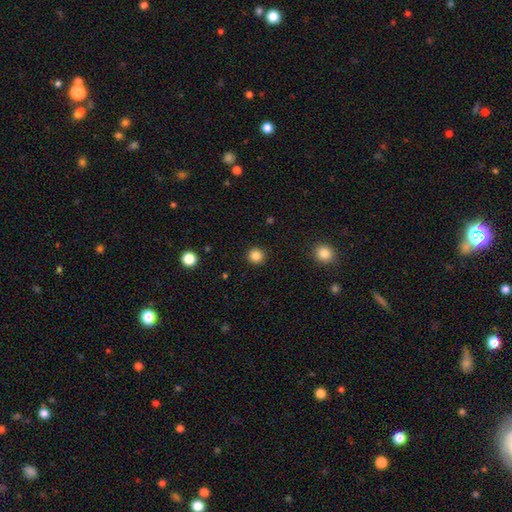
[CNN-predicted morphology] type=smooth (84%); roundness=round (94%); merging=none (92%).